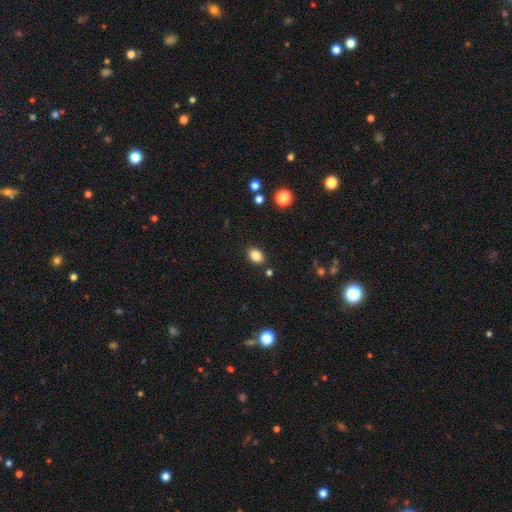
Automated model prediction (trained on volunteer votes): smooth-or-featured: smooth: 85% | star or artifact: 10% | featured or disk: 5%
  how-rounded: in between: 71% | round: 28% | cigar-shaped: 1%
  merging: none: 86% | minor disturbance: 9% | merger: 3% | major disturbance: 2%